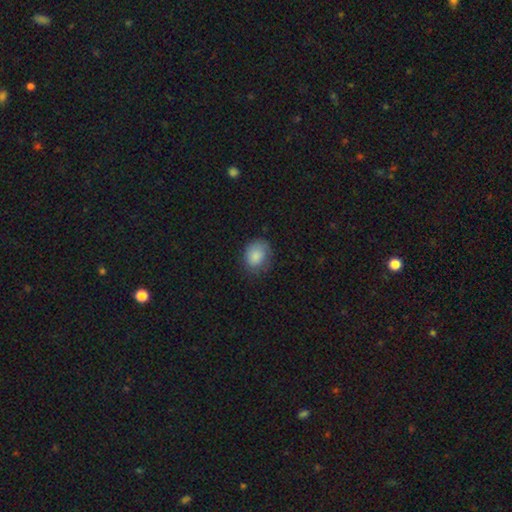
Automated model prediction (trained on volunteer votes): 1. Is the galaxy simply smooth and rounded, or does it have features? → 85% smooth, 8% star or artifact, 7% featured or disk.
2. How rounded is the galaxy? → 53% in between, 47% round, 1% cigar-shaped.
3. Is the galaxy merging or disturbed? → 69% none, 23% minor disturbance, 7% major disturbance, 1% merger.